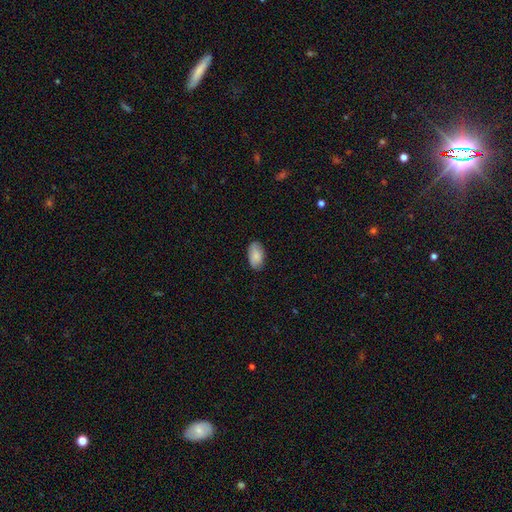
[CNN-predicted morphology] Smooth or featured?
  - smooth: 83% *
  - featured or disk: 10%
  - star or artifact: 7%
How rounded?
  - in between: 94% *
  - round: 4%
  - cigar-shaped: 2%
Merging?
  - none: 81% *
  - minor disturbance: 15%
  - major disturbance: 3%
  - merger: 1%